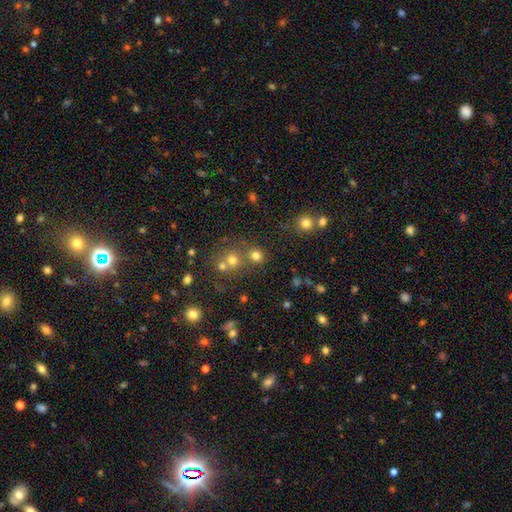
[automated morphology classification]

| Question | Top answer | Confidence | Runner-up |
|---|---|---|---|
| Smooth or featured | smooth | 74% | star or artifact (19%) |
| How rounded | round | 85% | in between (14%) |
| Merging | none | 66% | merger (22%) |